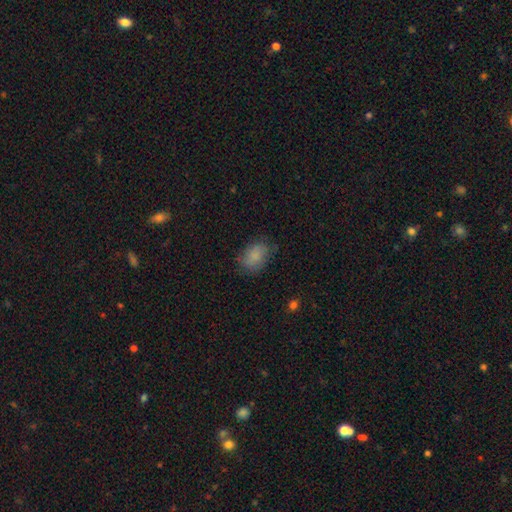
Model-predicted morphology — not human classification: Smooth or featured: smooth — 82% (star or artifact — 9%)
How rounded: in between — 79% (round — 20%)
Merging: none — 73% (minor disturbance — 20%)